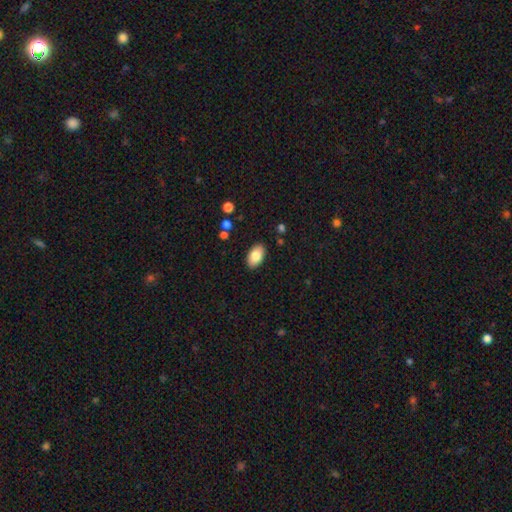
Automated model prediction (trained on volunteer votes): Q: Smooth or featured?
A: smooth (83%); runner-up: featured or disk (10%)
Q: How rounded?
A: in between (94%); runner-up: round (4%)
Q: Merging?
A: none (88%); runner-up: minor disturbance (9%)